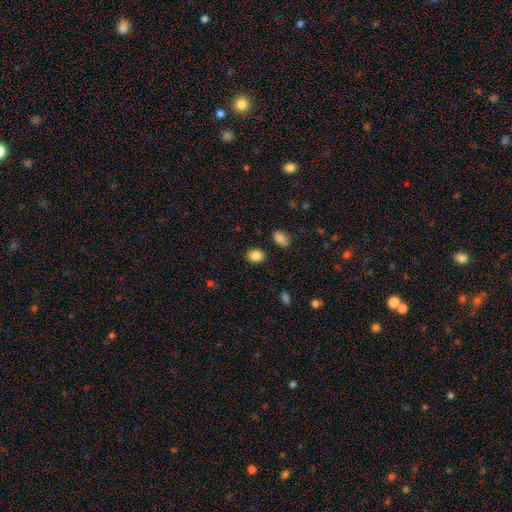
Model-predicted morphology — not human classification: A smooth galaxy with no disk features (86%) that is in between round and cigar-shaped (61%).

Vote fractions:
- Smooth or featured? smooth: 86% / star or artifact: 10% / featured or disk: 4%
- How rounded? in between: 61% / round: 38% / cigar-shaped: 1%
- Merging? none: 86% / minor disturbance: 9% / major disturbance: 3% / merger: 2%